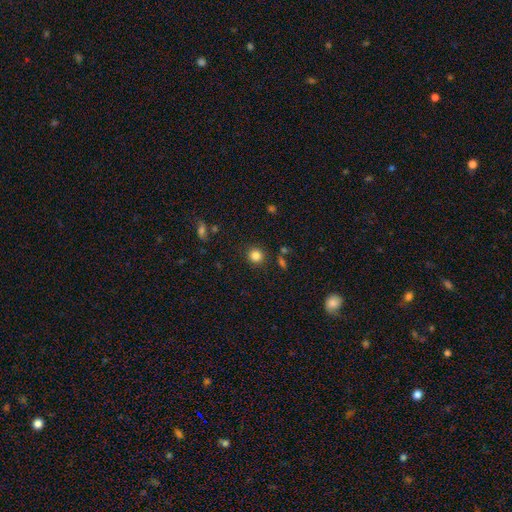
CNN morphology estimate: This is clearly a smooth galaxy (83%). How rounded: clearly round (91%). Merging: clearly none (88%).